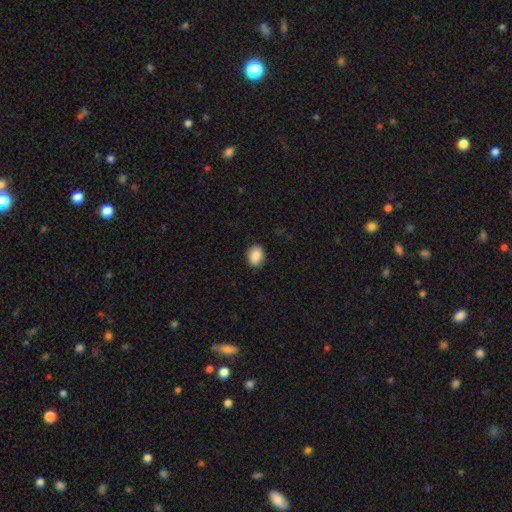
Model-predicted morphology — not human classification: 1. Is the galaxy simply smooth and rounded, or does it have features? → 89% smooth, 8% star or artifact, 3% featured or disk.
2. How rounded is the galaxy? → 67% in between, 32% round, 1% cigar-shaped.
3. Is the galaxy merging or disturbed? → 87% none, 9% minor disturbance, 2% major disturbance, 1% merger.